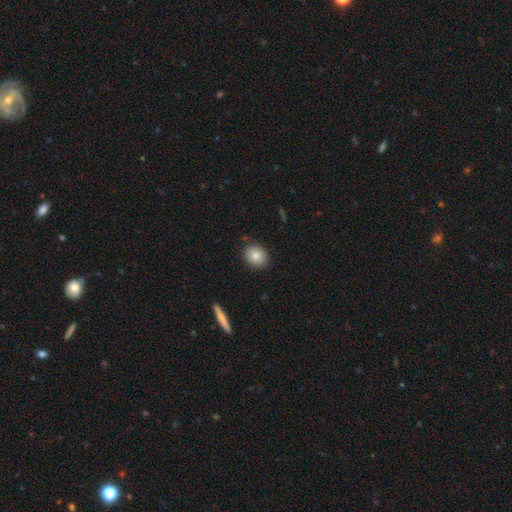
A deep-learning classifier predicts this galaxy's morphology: A smooth galaxy with no disk features (83%) that is round (60%). Merging: none (85%).